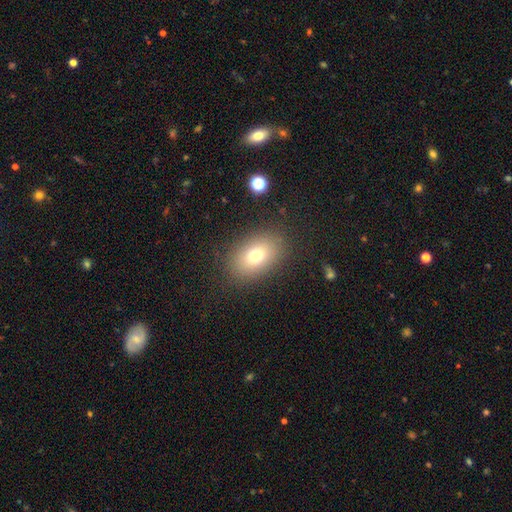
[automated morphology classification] This appears to be a smooth galaxy with no disk features (74%) that is in between round and cigar-shaped (83%). Merging: none (86%).